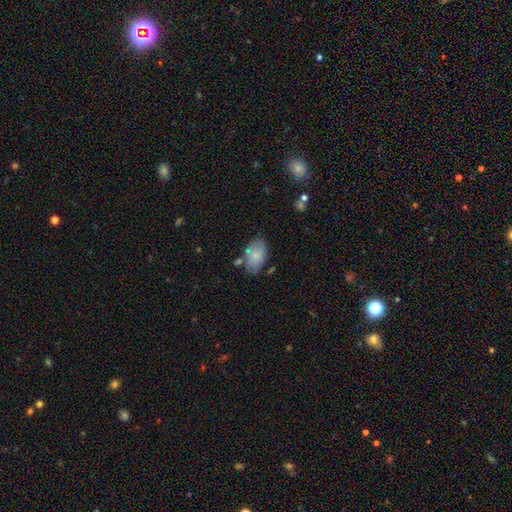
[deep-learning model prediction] The model was most divided on "merging": none: 64%, minor disturbance: 21%, merger: 9%, major disturbance: 6%. More confident: how rounded — in between (93%); smooth or featured — smooth (79%).